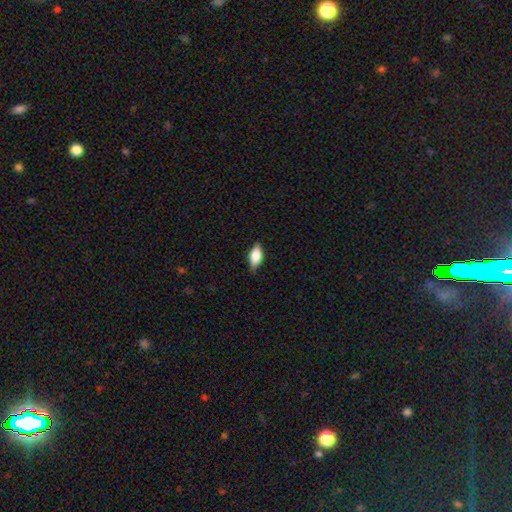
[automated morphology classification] smooth 75%, featured or disk 18%, star or artifact 7%. Down the decision tree: how rounded — in between (86%); merging — none (81%).